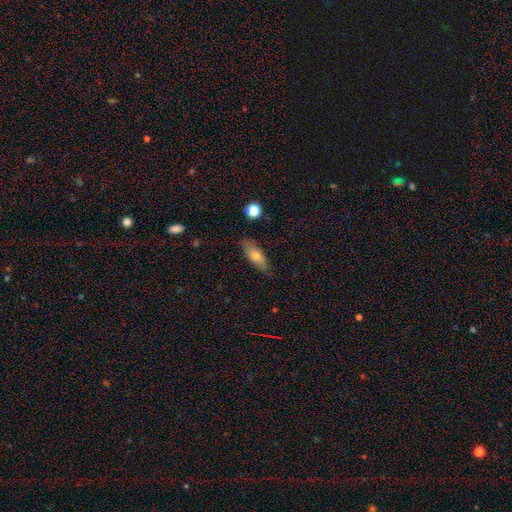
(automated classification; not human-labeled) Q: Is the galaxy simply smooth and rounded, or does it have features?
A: smooth — 69%.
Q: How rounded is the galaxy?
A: in between — 64%.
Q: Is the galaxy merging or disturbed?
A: none — 81%.